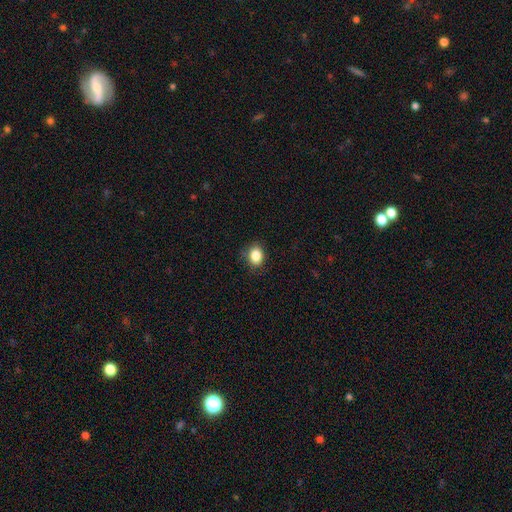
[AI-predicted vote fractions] A smooth galaxy with no disk features (86%) that is round (51%).

Vote fractions:
- Smooth or featured? smooth: 86% / star or artifact: 9% / featured or disk: 5%
- How rounded? round: 51% / in between: 48% / cigar-shaped: 1%
- Merging? none: 84% / minor disturbance: 12% / major disturbance: 3% / merger: 1%